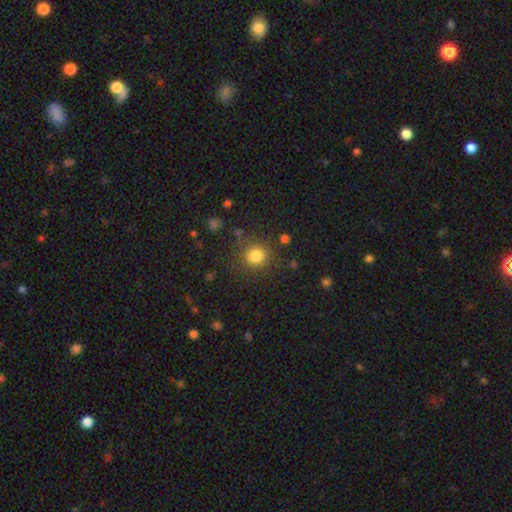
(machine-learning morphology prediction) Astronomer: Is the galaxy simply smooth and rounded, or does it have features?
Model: smooth — 82%.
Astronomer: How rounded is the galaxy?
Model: round — 92%.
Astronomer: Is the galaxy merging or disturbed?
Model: none — 83%.